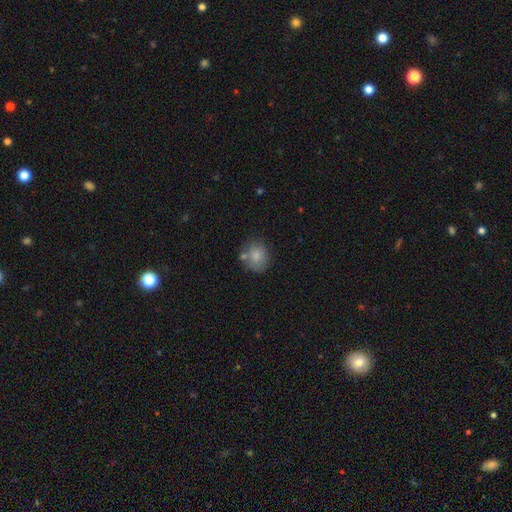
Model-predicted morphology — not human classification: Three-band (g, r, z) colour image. It shows a smooth galaxy with no disk features (81%) that is round (69%). Merging: none (63%).